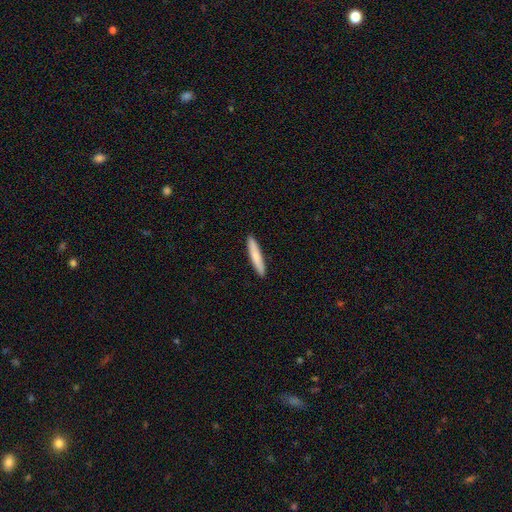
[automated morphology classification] Overall: smooth (79%). How rounded: cigar-shaped (93%). Merging: none (92%).